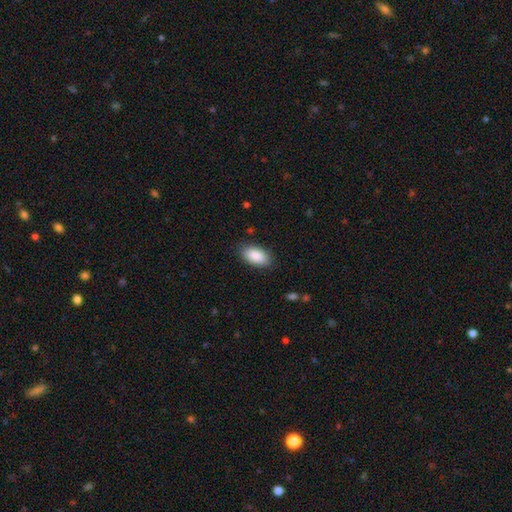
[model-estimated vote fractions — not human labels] Smooth or featured: smooth — 90% (star or artifact — 6%)
How rounded: in between — 94% (round — 3%)
Merging: none — 86% (minor disturbance — 11%)